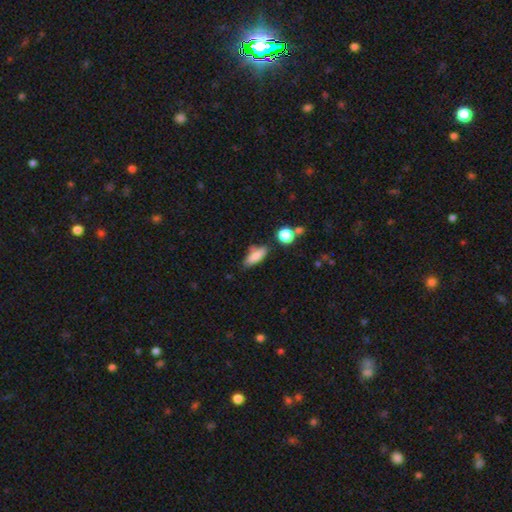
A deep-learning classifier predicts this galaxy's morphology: Smooth or featured?
  - smooth: 81% *
  - featured or disk: 11%
  - star or artifact: 9%
How rounded?
  - in between: 66% *
  - cigar-shaped: 31%
  - round: 4%
Merging?
  - none: 69% *
  - minor disturbance: 19%
  - merger: 8%
  - major disturbance: 5%